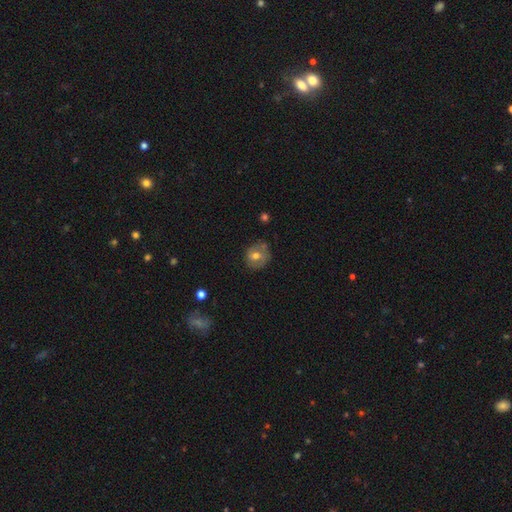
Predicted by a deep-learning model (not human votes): A smooth galaxy with no disk features (58%) that is round (77%). Merging: none (67%).